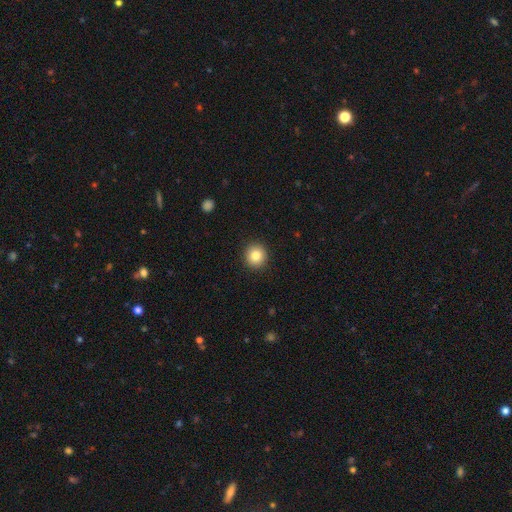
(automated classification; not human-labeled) smooth_or_featured: smooth (p=0.83) [alt: star or artifact p=0.10]
how_rounded: round (p=0.94) [alt: in between p=0.05]
merging: none (p=0.92) [alt: minor disturbance p=0.05]